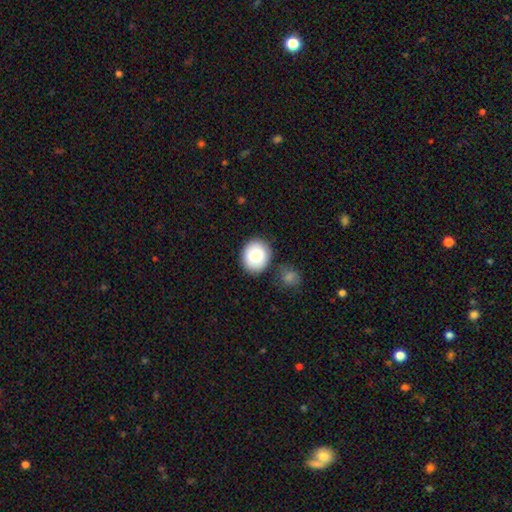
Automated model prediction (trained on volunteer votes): The model was most divided on "how rounded": round: 72%, in between: 27%, cigar-shaped: 1%. More confident: smooth or featured — smooth (84%); merging — none (80%).